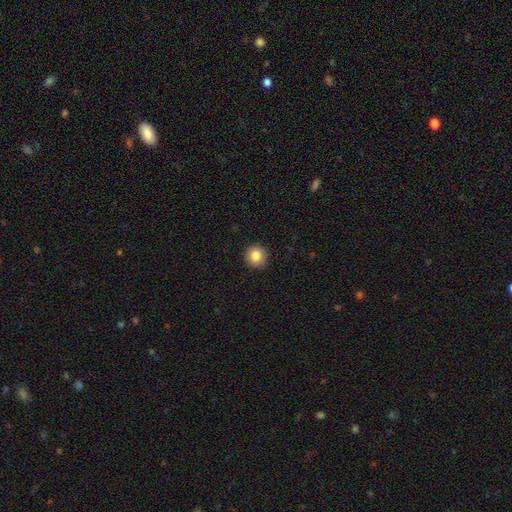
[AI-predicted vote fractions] smooth-or-featured: smooth: 84% | star or artifact: 10% | featured or disk: 6%
  how-rounded: round: 94% | in between: 5% | cigar-shaped: 1%
  merging: none: 92% | minor disturbance: 5% | major disturbance: 2% | merger: 1%